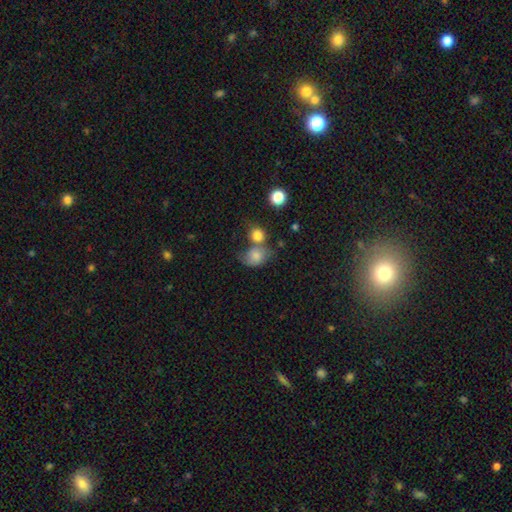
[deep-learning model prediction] Smooth or featured?
  - smooth: 77% *
  - featured or disk: 13%
  - star or artifact: 9%
How rounded?
  - round: 53% *
  - in between: 46%
  - cigar-shaped: 1%
Merging?
  - none: 37% * (tied)
  - merger: 37% * (tied)
  - minor disturbance: 17%
  - major disturbance: 9%